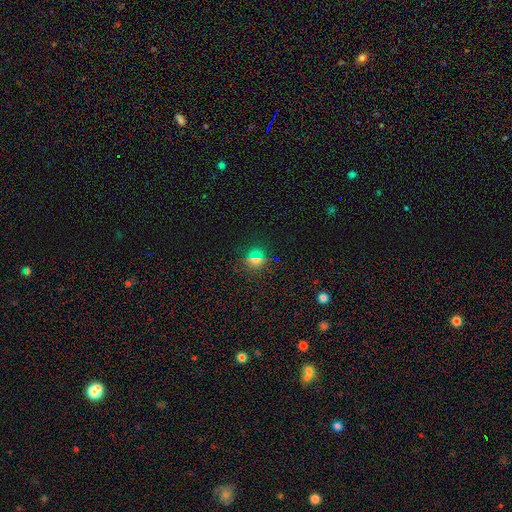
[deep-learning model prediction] Q: Smooth or featured?
A: smooth (58%); runner-up: star or artifact (34%)
Q: How rounded?
A: round (86%); runner-up: in between (12%)
Q: Merging?
A: none (87%); runner-up: minor disturbance (7%)